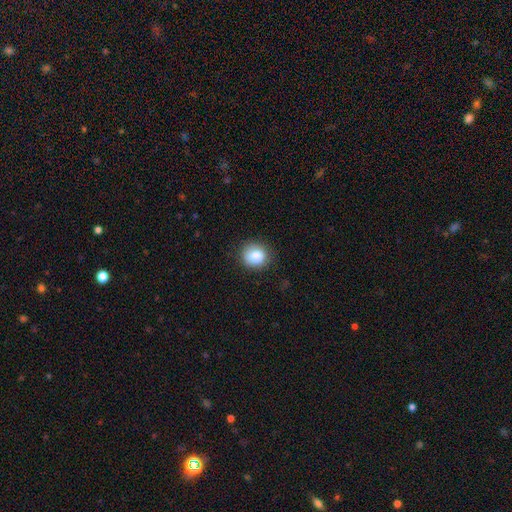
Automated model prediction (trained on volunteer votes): smooth_or_featured: smooth (p=0.83) [alt: star or artifact p=0.09]
how_rounded: round (p=0.84) [alt: in between p=0.15]
merging: none (p=0.82) [alt: minor disturbance p=0.14]